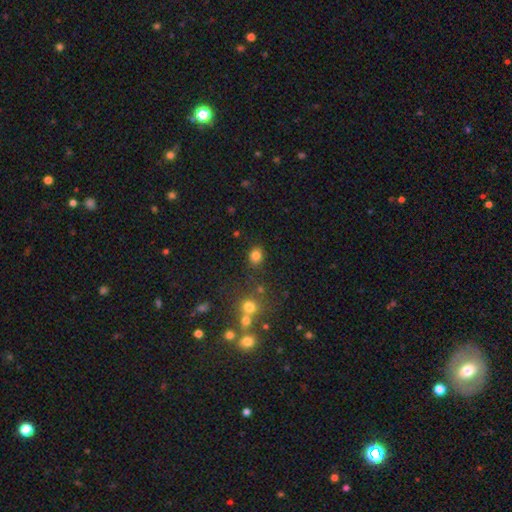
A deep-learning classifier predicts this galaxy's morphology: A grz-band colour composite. It shows a smooth galaxy with no disk features (81%) that is round (65%). Merging: none (83%).